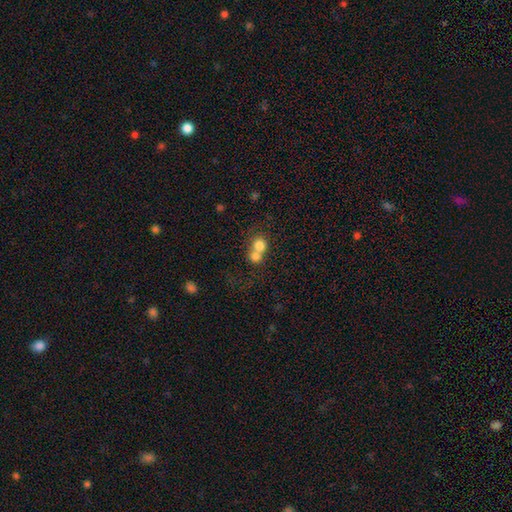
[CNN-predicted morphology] Q: Smooth or featured?
A: smooth (75%); runner-up: featured or disk (14%)
Q: How rounded?
A: round (79%); runner-up: in between (20%)
Q: Merging?
A: merger (66%); runner-up: none (26%)